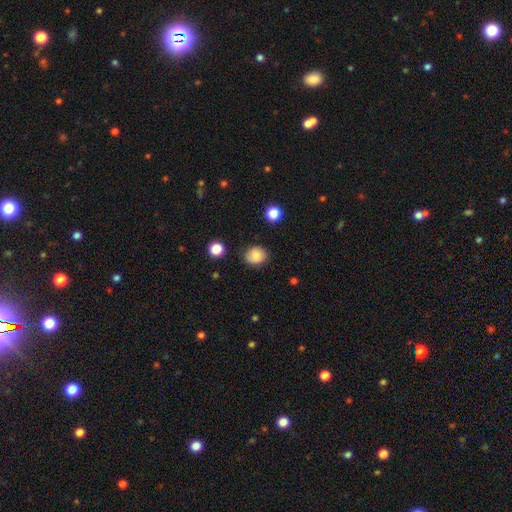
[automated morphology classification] This appears to be a smooth galaxy with no disk features (84%) that is round (74%). Merging: none (81%).